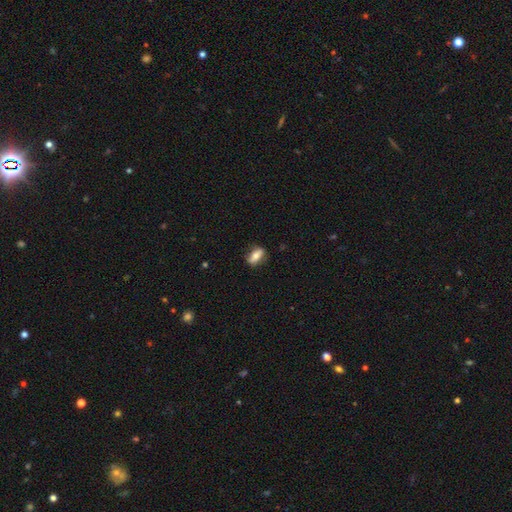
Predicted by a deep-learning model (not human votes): Smooth or featured?
  - smooth: 61% *
  - featured or disk: 32%
  - star or artifact: 7%
How rounded?
  - in between: 75% *
  - cigar-shaped: 17%
  - round: 8%
Merging?
  - none: 80% *
  - minor disturbance: 15%
  - major disturbance: 4%
  - merger: 1%